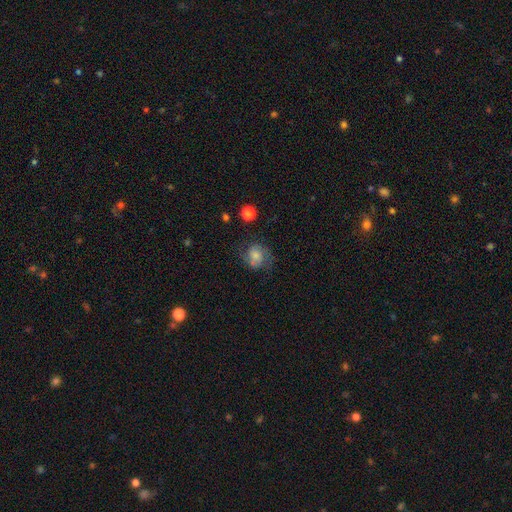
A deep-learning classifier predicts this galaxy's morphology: Overall: featured or disk (49%; smooth 41%). Merging: none (60%; minor disturbance 22%).